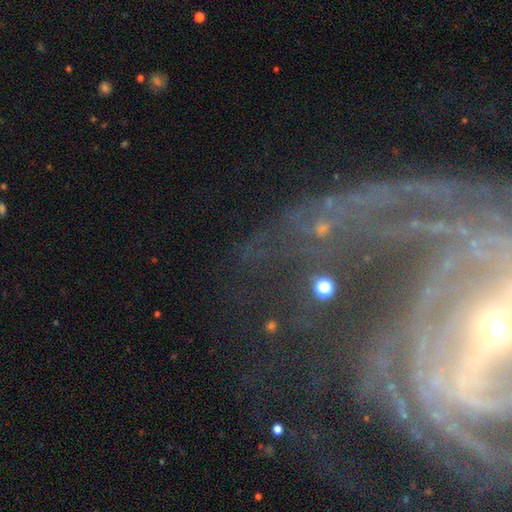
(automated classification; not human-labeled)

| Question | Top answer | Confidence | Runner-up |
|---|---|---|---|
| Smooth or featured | featured or disk | 62% | star or artifact (24%) |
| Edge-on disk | no | 91% | yes (9%) |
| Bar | no | 37% | strong (33%) |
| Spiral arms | yes | 89% | no (11%) |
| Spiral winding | tight | 56% | medium (31%) |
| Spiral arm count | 2 | 26% | can't tell (23%) |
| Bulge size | small | 56% | moderate (30%) |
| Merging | none | 66% | minor disturbance (15%) |